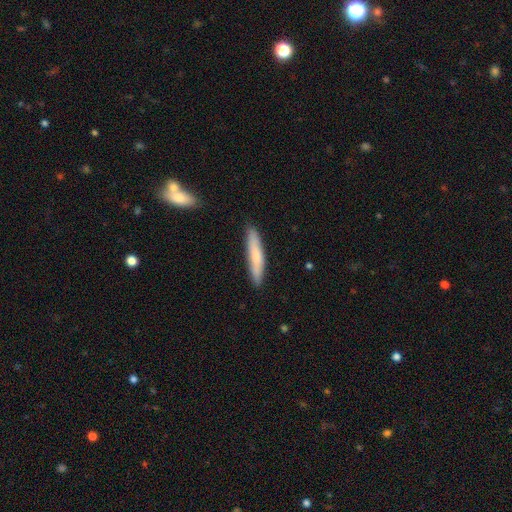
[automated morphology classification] Smooth or featured? Predicted: smooth (p=0.71). How rounded? Predicted: cigar-shaped (p=0.91). Merging? Predicted: none (p=0.87).